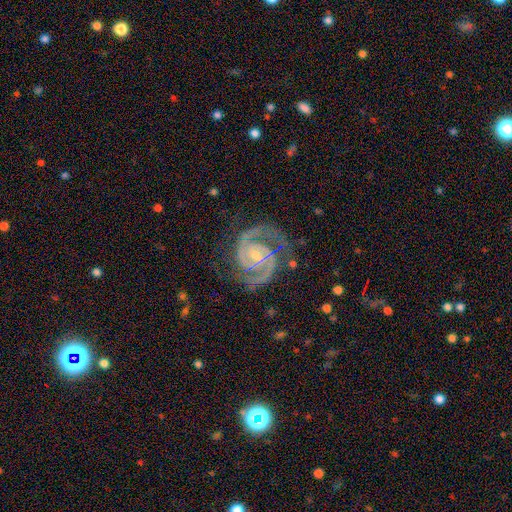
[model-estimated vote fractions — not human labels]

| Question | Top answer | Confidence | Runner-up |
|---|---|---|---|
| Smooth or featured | featured or disk | 93% | star or artifact (4%) |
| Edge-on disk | no | 98% | yes (2%) |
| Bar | no | 50% | weak (37%) |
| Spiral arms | yes | 99% | no (1%) |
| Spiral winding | tight | 58% | medium (38%) |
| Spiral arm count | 2 | 90% | 3 (4%) |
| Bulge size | small | 66% | moderate (29%) |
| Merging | none | 77% | minor disturbance (16%) |